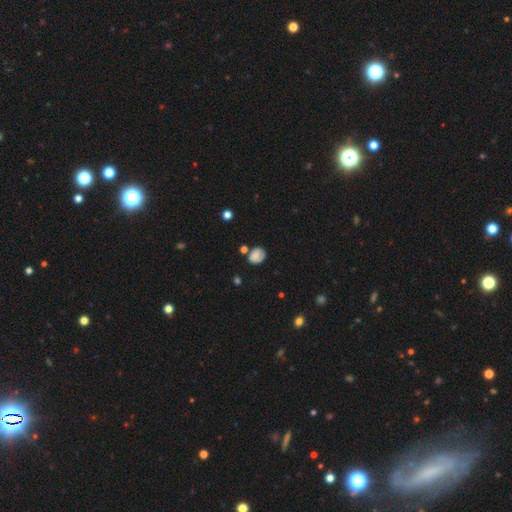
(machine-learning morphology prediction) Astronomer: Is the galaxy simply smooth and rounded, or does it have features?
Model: smooth — 71%.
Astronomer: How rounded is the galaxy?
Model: round — 57% (runner-up: in between, 42%).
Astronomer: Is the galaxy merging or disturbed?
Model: none — 60%.